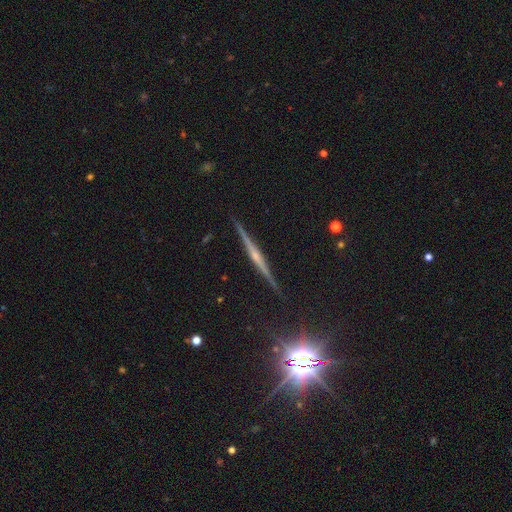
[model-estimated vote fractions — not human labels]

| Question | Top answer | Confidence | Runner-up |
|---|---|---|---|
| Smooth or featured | featured or disk | 76% | star or artifact (13%) |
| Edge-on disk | yes | 98% | no (2%) |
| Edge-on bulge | rounded | 65% | none (23%) |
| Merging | none | 90% | minor disturbance (7%) |